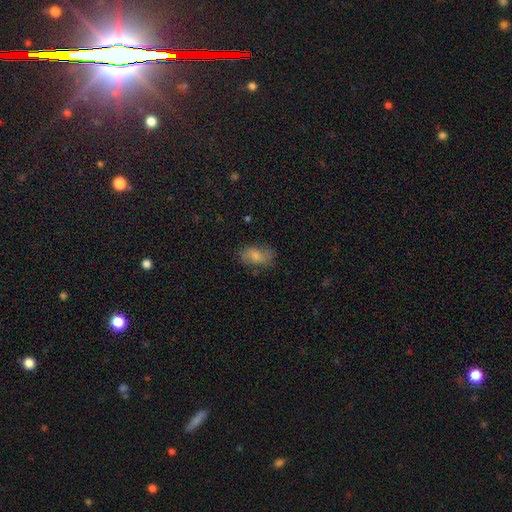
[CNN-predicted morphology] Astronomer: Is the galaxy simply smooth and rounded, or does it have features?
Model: smooth — 67%.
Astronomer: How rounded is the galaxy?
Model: in between — 88%.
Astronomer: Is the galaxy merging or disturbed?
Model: none — 64%.